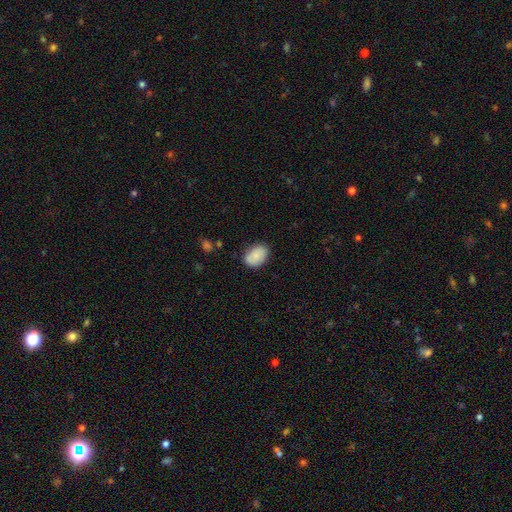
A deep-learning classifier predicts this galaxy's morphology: Q: Smooth or featured?
A: smooth (85%); runner-up: featured or disk (8%)
Q: How rounded?
A: in between (85%); runner-up: round (14%)
Q: Merging?
A: none (77%); runner-up: minor disturbance (17%)